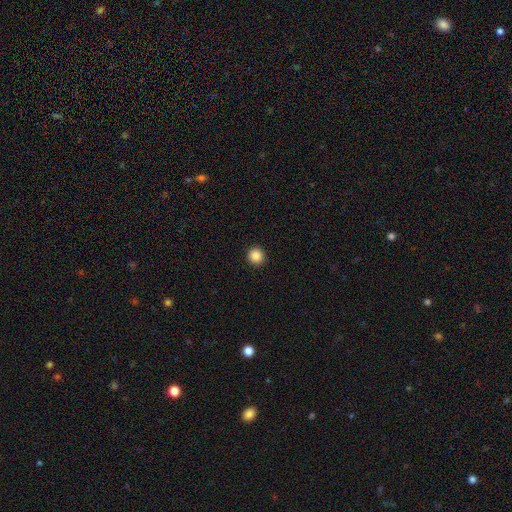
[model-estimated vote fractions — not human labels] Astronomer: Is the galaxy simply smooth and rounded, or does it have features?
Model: smooth — 86%.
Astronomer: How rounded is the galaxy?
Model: round — 95%.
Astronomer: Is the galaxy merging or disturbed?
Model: none — 94%.